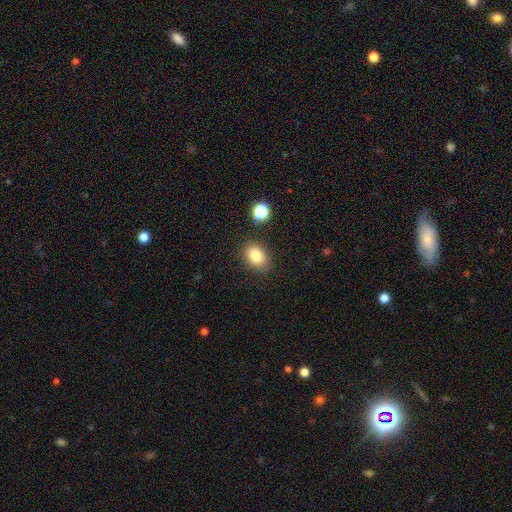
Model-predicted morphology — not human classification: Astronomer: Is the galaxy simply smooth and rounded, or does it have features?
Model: smooth — 82%.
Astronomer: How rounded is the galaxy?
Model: in between — 74%.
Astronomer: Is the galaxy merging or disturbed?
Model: none — 84%.